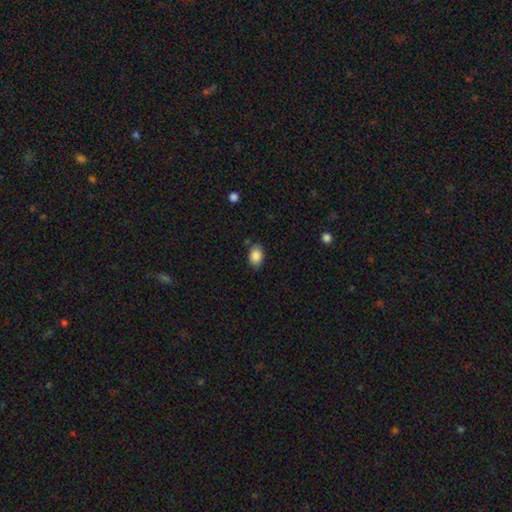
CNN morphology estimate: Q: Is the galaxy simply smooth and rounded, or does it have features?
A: smooth — 87%.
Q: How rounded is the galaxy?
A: in between — 78%.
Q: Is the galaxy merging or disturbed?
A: none — 79%.